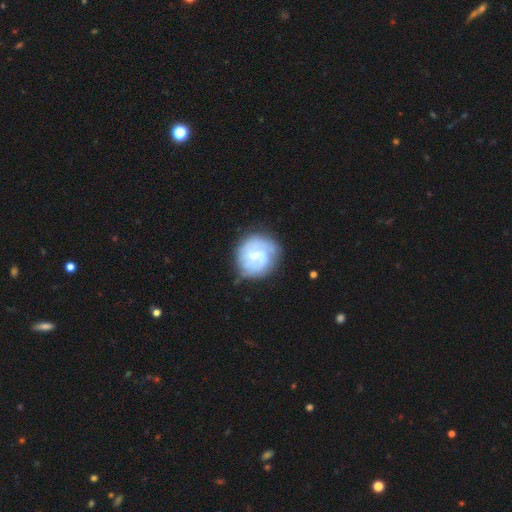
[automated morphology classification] Smooth or featured: featured or disk — 64% (smooth — 29%)
Edge-on disk: no — 98% (yes — 2%)
Bar: weak — 52% (no — 38%)
Spiral arms: yes — 83% (no — 17%)
Spiral winding: tight — 50% (medium — 37%)
Spiral arm count: 2 — 46% (can't tell — 32%)
Bulge size: small — 50% (moderate — 29%)
Merging: none — 65% (minor disturbance — 22%)